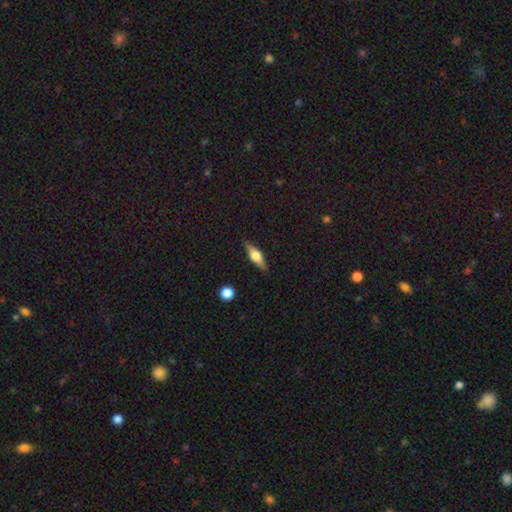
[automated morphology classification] Smooth or featured? Predicted: featured or disk (p=0.53). Edge-on disk? Predicted: yes (p=0.94). Merging? Predicted: none (p=0.87).